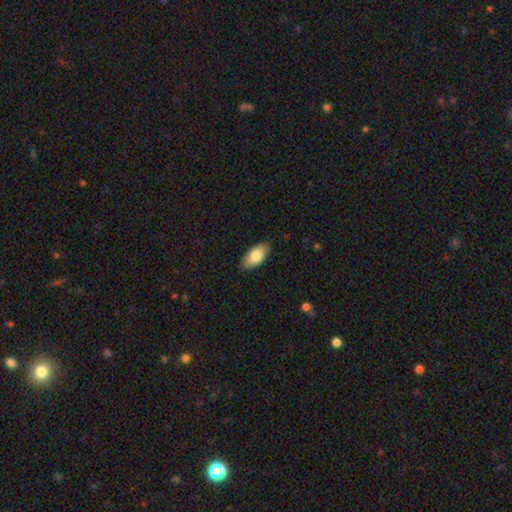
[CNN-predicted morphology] Smooth or featured?
  - smooth: 83% *
  - featured or disk: 12%
  - star or artifact: 6%
How rounded?
  - in between: 93% *
  - cigar-shaped: 4%
  - round: 2%
Merging?
  - none: 87% *
  - minor disturbance: 10%
  - major disturbance: 2%
  - merger: 1%